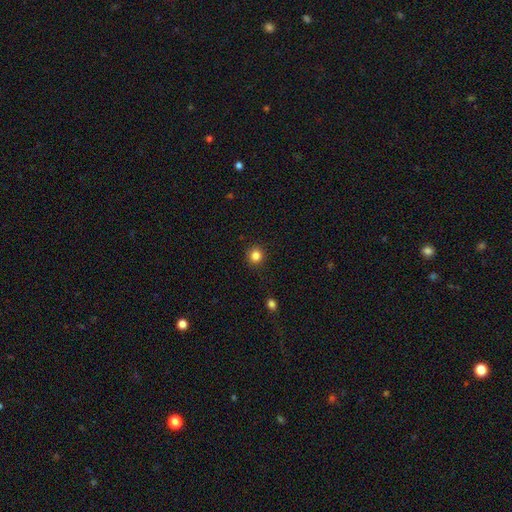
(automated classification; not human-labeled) smooth 84%, star or artifact 12%, featured or disk 4%. Down the decision tree: how rounded — round (89%); merging — none (90%).